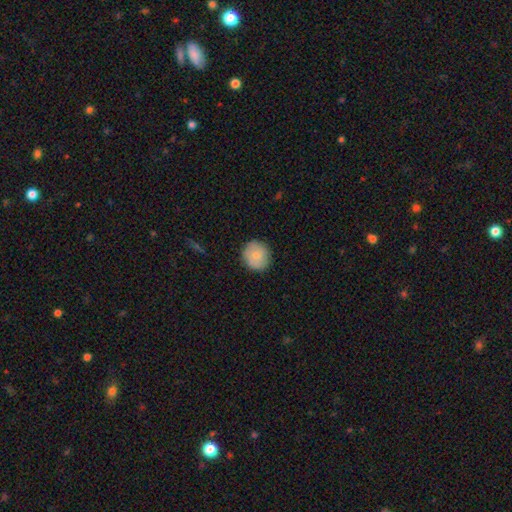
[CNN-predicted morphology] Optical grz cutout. It shows a smooth galaxy with no disk features (80%) that is round (89%). Merging: none (87%).